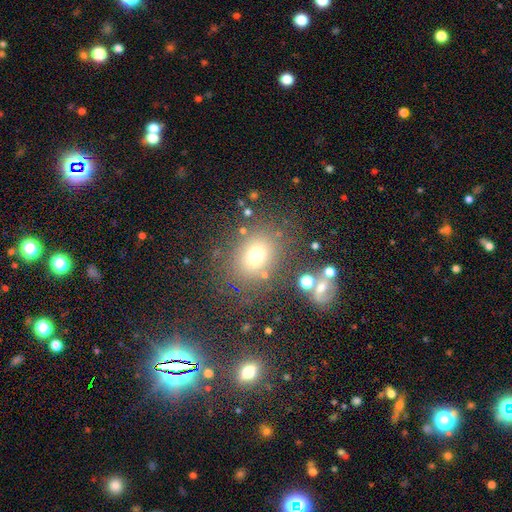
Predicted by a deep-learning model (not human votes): Smooth or featured?
  - smooth: 70% *
  - star or artifact: 18%
  - featured or disk: 12%
How rounded?
  - round: 52% *
  - in between: 47%
  - cigar-shaped: 1%
Merging?
  - none: 75% *
  - minor disturbance: 12%
  - merger: 7%
  - major disturbance: 6%